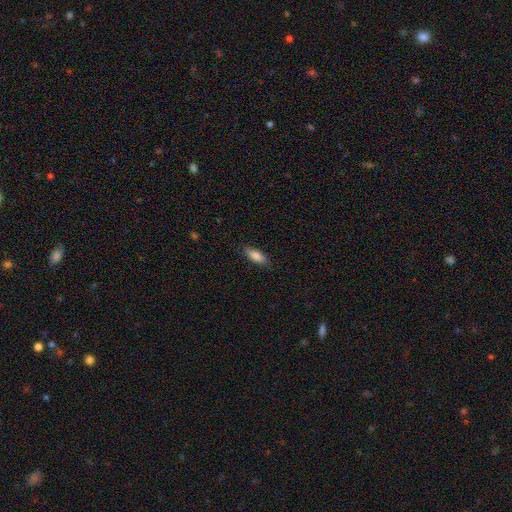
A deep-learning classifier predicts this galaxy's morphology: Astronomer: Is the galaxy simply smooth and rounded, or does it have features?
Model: smooth — 85%.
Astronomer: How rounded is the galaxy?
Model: in between — 75%.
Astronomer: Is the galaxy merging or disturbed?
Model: none — 85%.